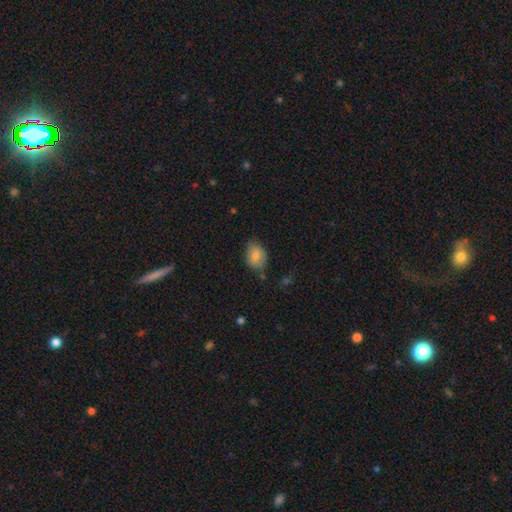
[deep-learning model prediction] Smooth or featured? smooth (80%)
How rounded? in between (63%)
Merging? none (69%)